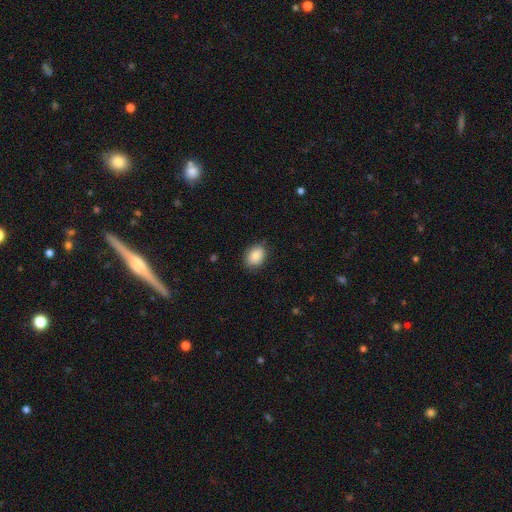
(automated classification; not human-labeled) smooth-or-featured: smooth: 88% | star or artifact: 7% | featured or disk: 5%
  how-rounded: in between: 70% | round: 29% | cigar-shaped: 1%
  merging: none: 82% | minor disturbance: 14% | major disturbance: 3% | merger: 1%